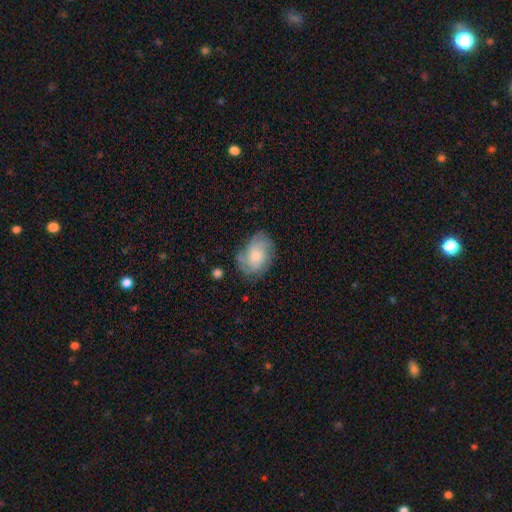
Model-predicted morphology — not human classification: smooth 50%, featured or disk 42%, star or artifact 8%. Down the decision tree: merging — none (64%).